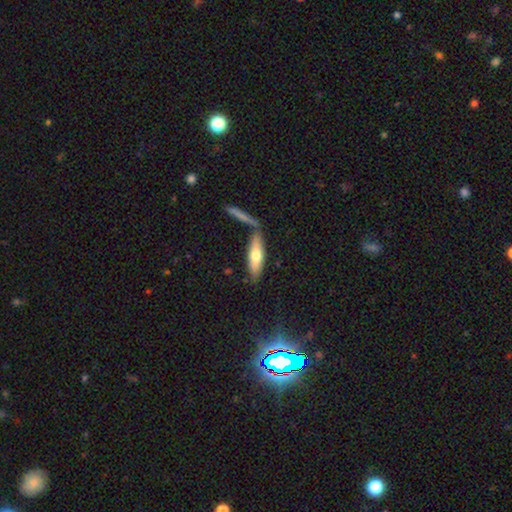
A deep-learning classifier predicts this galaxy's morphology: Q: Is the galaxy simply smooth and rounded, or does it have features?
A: smooth — 64%.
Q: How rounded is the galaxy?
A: cigar-shaped — 56%.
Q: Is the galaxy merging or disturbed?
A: none — 66%.